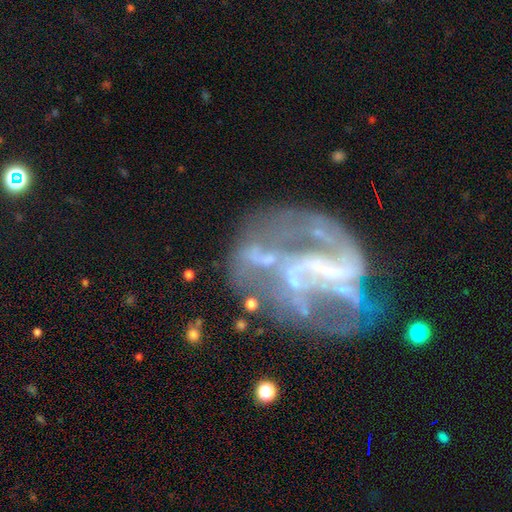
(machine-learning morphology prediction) Smooth or featured? Predicted: featured or disk (p=0.59). Edge-on disk? Predicted: no (p=0.95). Bar? Predicted: no (p=0.50). Spiral arms? Predicted: yes (p=0.52). Bulge size? Predicted: none (p=0.38). Merging? Predicted: none (p=0.30).